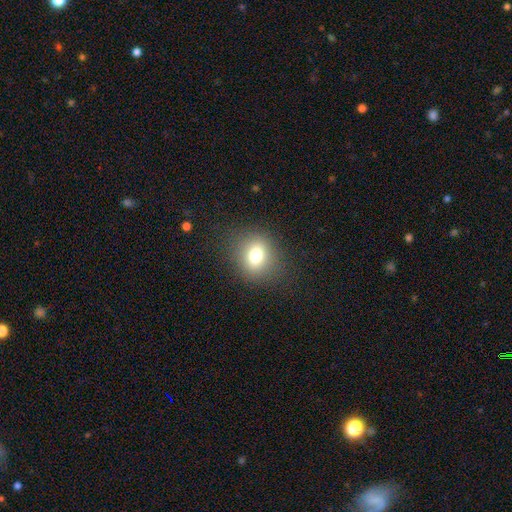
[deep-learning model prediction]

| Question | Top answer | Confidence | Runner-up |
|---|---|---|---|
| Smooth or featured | smooth | 75% | star or artifact (13%) |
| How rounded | round | 69% | in between (30%) |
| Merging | none | 85% | minor disturbance (9%) |